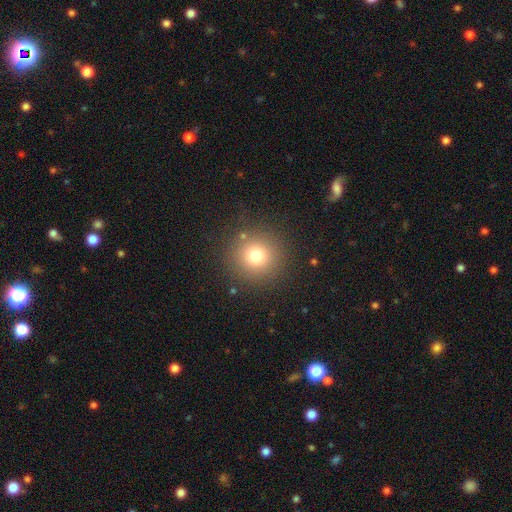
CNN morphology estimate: A smooth galaxy with no disk features (75%) that is round (95%). Merging: none (87%).